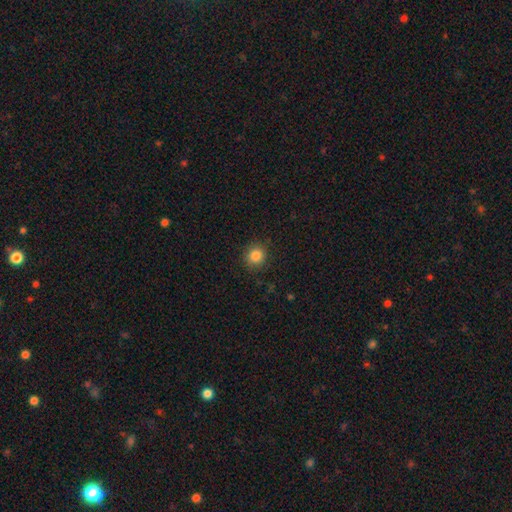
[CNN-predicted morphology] A smooth galaxy with no disk features (85%) that is round (88%).

Vote fractions:
- Smooth or featured? smooth: 85% / star or artifact: 11% / featured or disk: 4%
- How rounded? round: 88% / in between: 11% / cigar-shaped: 1%
- Merging? none: 89% / minor disturbance: 7% / major disturbance: 2% / merger: 1%